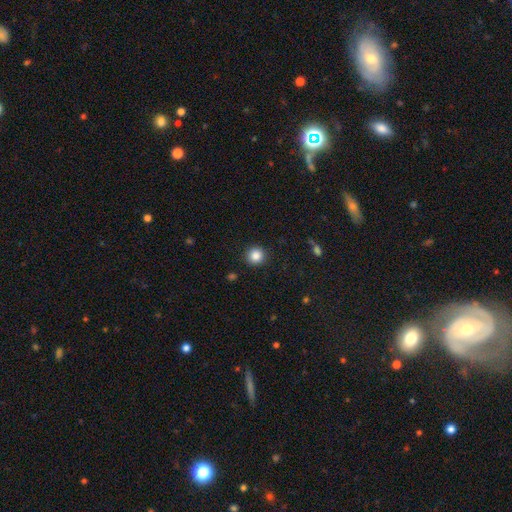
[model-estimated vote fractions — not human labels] Overall: smooth (86%). How rounded: round (93%). Merging: none (91%).